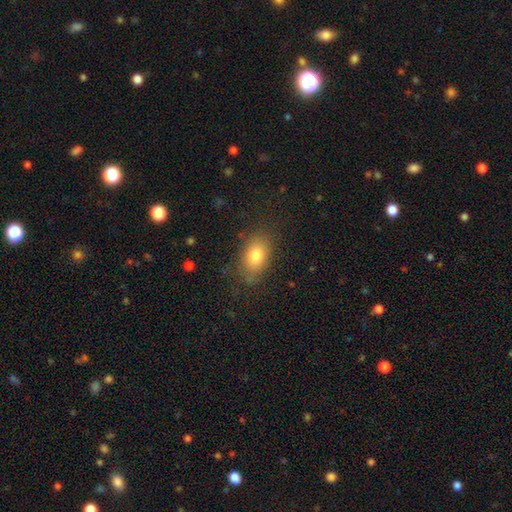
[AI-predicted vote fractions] smooth-or-featured: smooth: 79% | featured or disk: 12% | star or artifact: 9%
  how-rounded: in between: 84% | round: 14% | cigar-shaped: 2%
  merging: none: 79% | minor disturbance: 15% | major disturbance: 6% | merger: 1%